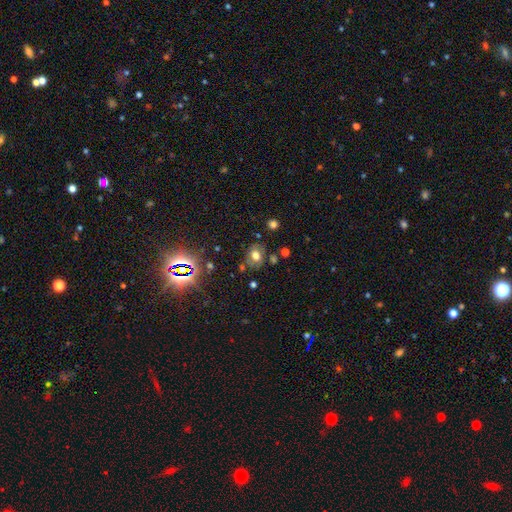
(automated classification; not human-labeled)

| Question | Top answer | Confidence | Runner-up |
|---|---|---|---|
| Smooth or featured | smooth | 63% | star or artifact (19%) |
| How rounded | in between | 54% | round (45%) |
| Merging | none | 75% | minor disturbance (15%) |